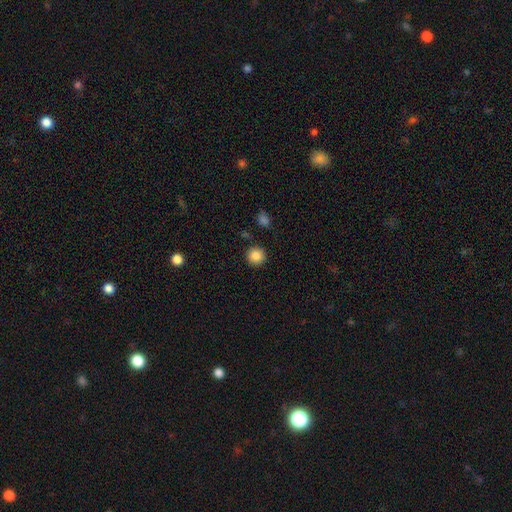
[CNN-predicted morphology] Q: Smooth or featured?
A: smooth (86%); runner-up: star or artifact (9%)
Q: How rounded?
A: round (94%); runner-up: in between (5%)
Q: Merging?
A: none (90%); runner-up: minor disturbance (6%)